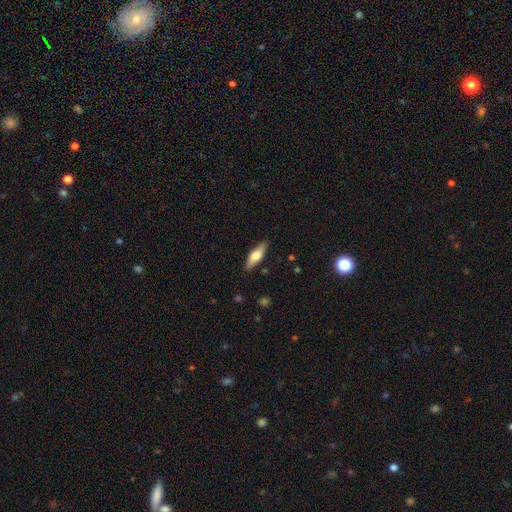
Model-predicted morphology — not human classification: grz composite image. It shows a smooth galaxy with no disk features (67%) that is in between round and cigar-shaped (51%). Merging: none (86%).